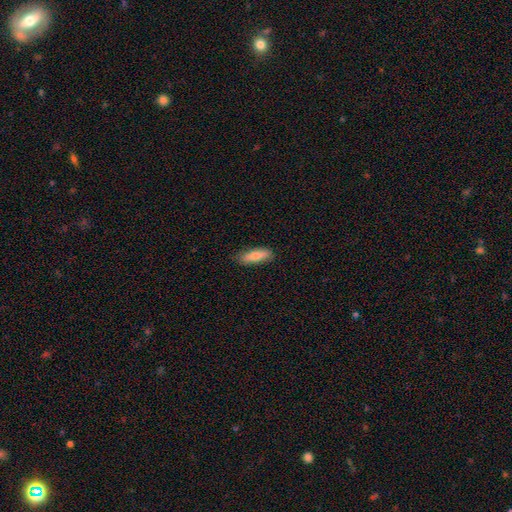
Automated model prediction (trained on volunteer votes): Smooth or featured? Predicted: smooth (p=0.83). How rounded? Predicted: cigar-shaped (p=0.52). Merging? Predicted: none (p=0.85).